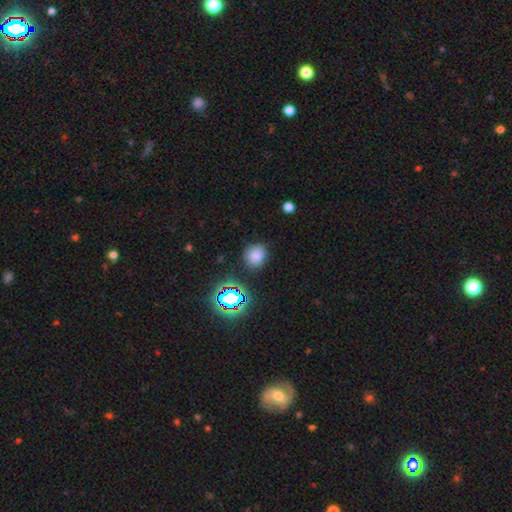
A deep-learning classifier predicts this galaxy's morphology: smooth_or_featured: smooth (p=0.75) [alt: star or artifact p=0.18]
how_rounded: round (p=0.74) [alt: in between p=0.25]
merging: none (p=0.82) [alt: minor disturbance p=0.12]